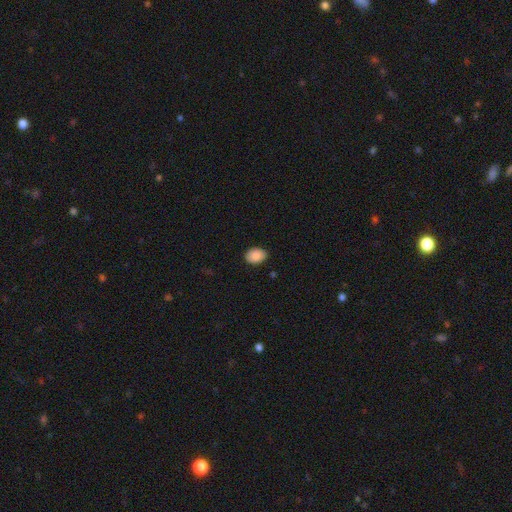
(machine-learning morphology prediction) Smooth or featured: smooth — 89% (star or artifact — 7%)
How rounded: in between — 72% (round — 27%)
Merging: none — 87% (minor disturbance — 10%)